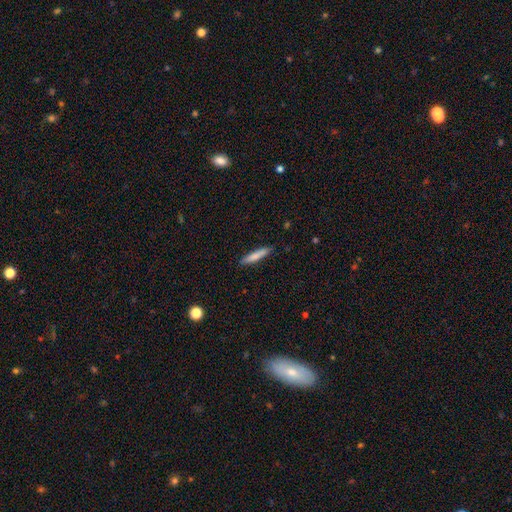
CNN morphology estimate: type=smooth (79%); roundness=cigar-shaped (91%); merging=none (88%).